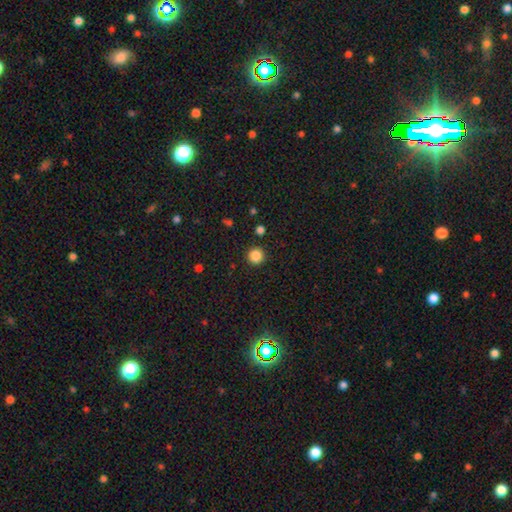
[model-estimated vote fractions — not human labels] smooth 86%, star or artifact 11%, featured or disk 4%. Down the decision tree: how rounded — round (95%); merging — none (92%).